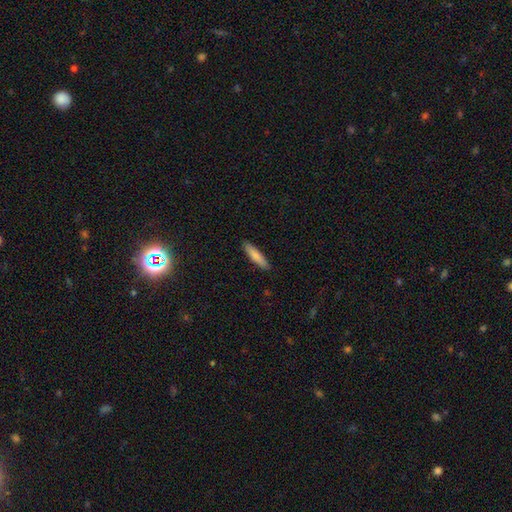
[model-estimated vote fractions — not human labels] Smooth or featured? Predicted: smooth (p=0.82). How rounded? Predicted: cigar-shaped (p=0.82). Merging? Predicted: none (p=0.90).